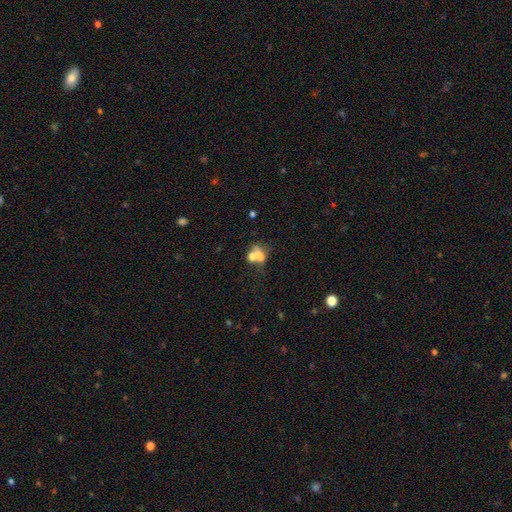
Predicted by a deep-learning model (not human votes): This is likely a smooth galaxy (61%). How rounded: possibly in between (58%). Merging: possibly merger (57%).